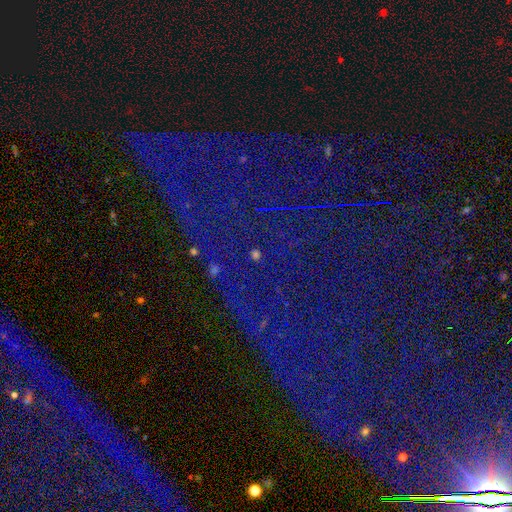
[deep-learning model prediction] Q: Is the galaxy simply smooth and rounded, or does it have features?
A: star or artifact — 82%.